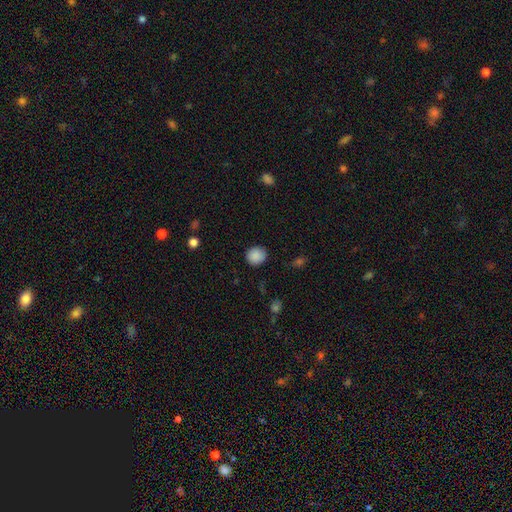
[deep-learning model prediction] The model was most divided on "how rounded": round: 84%, in between: 15%, cigar-shaped: 1%. More confident: smooth or featured — smooth (88%); merging — none (88%).